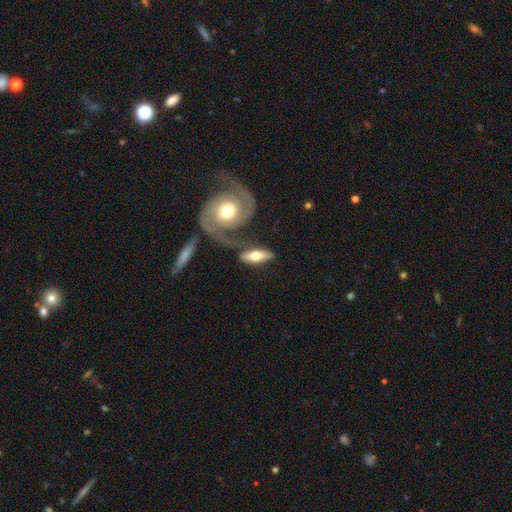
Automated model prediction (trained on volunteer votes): Smooth or featured: featured or disk — 50% (smooth — 45%)
Merging: none — 55% (merger — 23%)